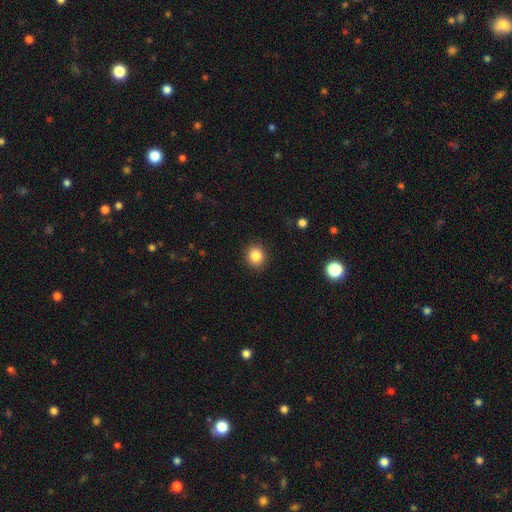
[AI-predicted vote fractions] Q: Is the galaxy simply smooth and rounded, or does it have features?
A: smooth — 85%.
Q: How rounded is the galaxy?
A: round — 86%.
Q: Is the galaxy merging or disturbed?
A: none — 91%.